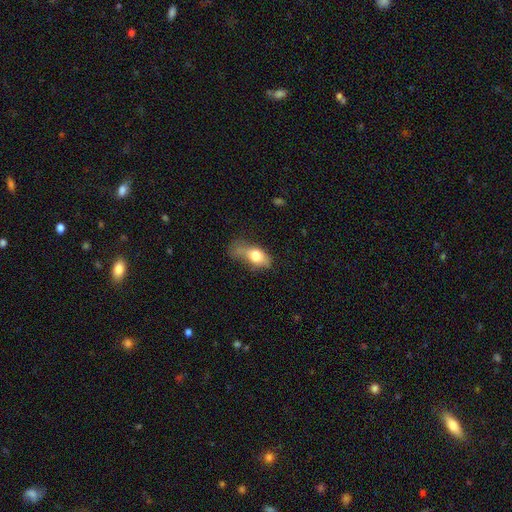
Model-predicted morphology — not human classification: Smooth or featured? Predicted: smooth (p=0.71). How rounded? Predicted: in between (p=0.82). Merging? Predicted: major disturbance (p=0.37).